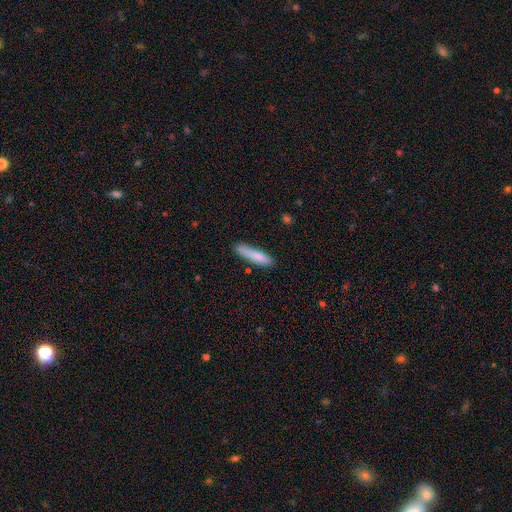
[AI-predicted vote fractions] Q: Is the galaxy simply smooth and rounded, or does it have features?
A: smooth — 83%.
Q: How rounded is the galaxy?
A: cigar-shaped — 84%.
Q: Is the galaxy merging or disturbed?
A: none — 78%.